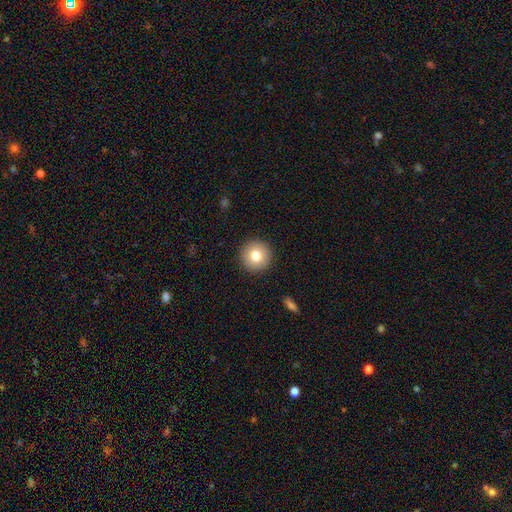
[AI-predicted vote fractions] A smooth galaxy with no disk features (78%) that is round (96%).

Vote fractions:
- Smooth or featured? smooth: 78% / featured or disk: 13% / star or artifact: 10%
- How rounded? round: 96% / in between: 3% / cigar-shaped: 1%
- Merging? none: 92% / minor disturbance: 5% / major disturbance: 2% / merger: 1%